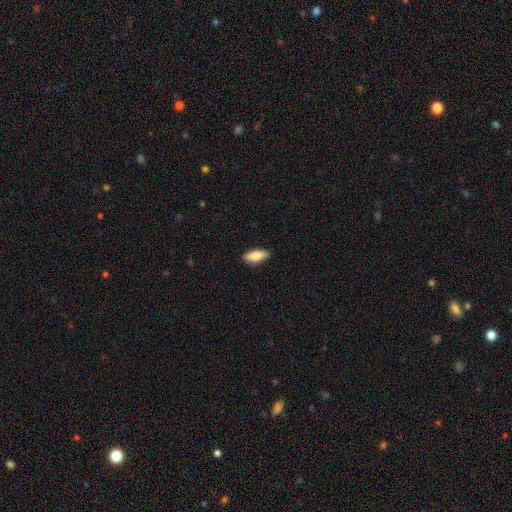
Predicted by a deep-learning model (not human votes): The model was most divided on "how rounded": in between: 75%, cigar-shaped: 23%, round: 2%. More confident: merging — none (88%); smooth or featured — smooth (83%).